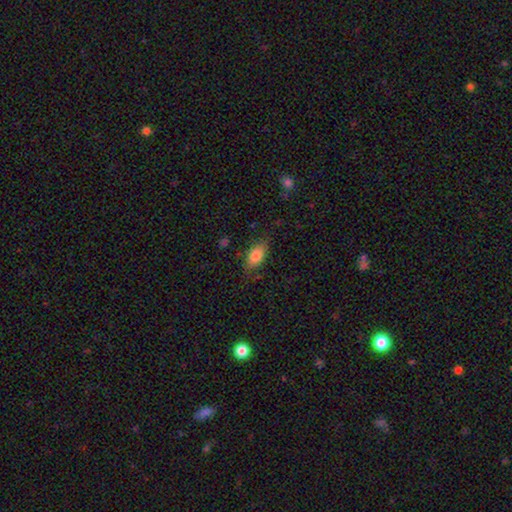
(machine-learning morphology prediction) Smooth or featured?
  - smooth: 82% *
  - featured or disk: 11%
  - star or artifact: 7%
How rounded?
  - in between: 90% *
  - cigar-shaped: 6%
  - round: 4%
Merging?
  - none: 77% *
  - minor disturbance: 17%
  - major disturbance: 5%
  - merger: 1%